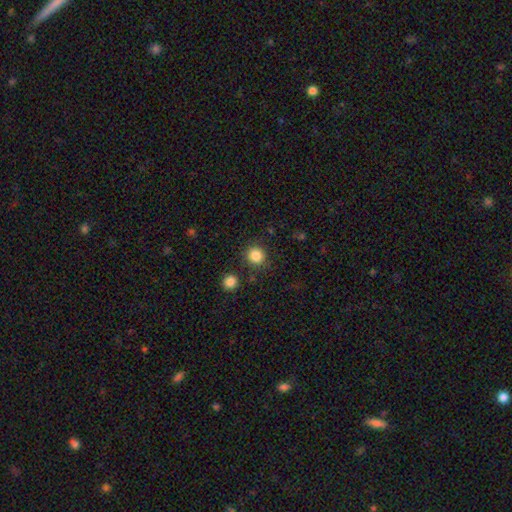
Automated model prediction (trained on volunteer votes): Smooth or featured?
  - smooth: 85% *
  - star or artifact: 11%
  - featured or disk: 4%
How rounded?
  - round: 91% *
  - in between: 8%
  - cigar-shaped: 1%
Merging?
  - none: 86% *
  - minor disturbance: 8%
  - merger: 4%
  - major disturbance: 3%